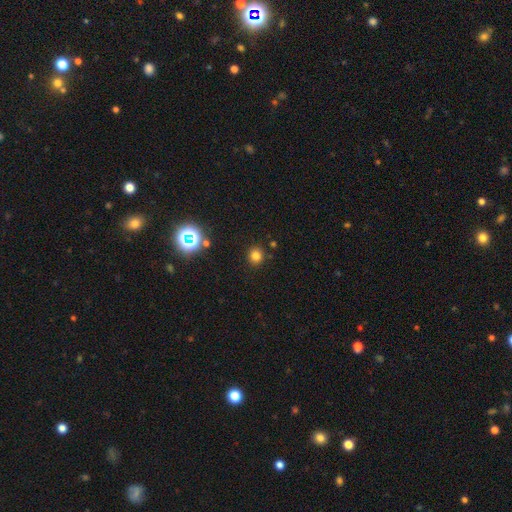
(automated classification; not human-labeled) Morphology: type=smooth (76%); roundness=round (89%); merging=none (88%).